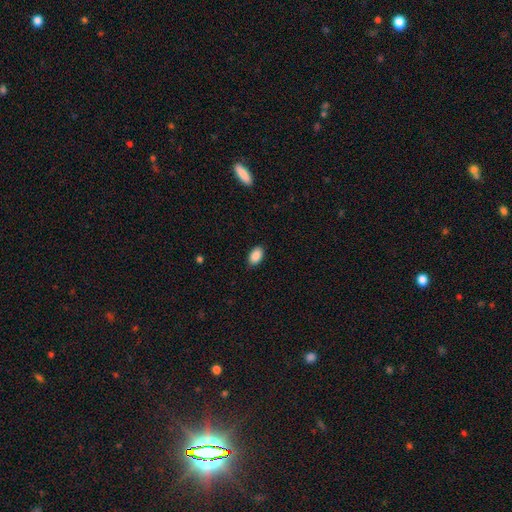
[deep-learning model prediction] The model was most divided on "merging": none: 87%, minor disturbance: 10%, major disturbance: 2%, merger: 1%. More confident: how rounded — in between (92%); smooth or featured — smooth (89%).